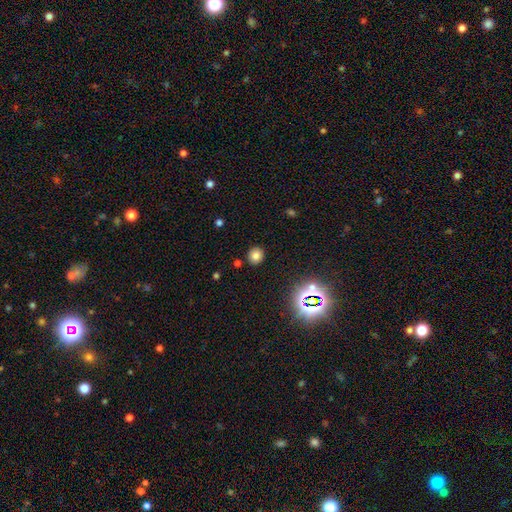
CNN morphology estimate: Smooth or featured? Predicted: smooth (p=0.75). How rounded? Predicted: round (p=0.83). Merging? Predicted: none (p=0.89).